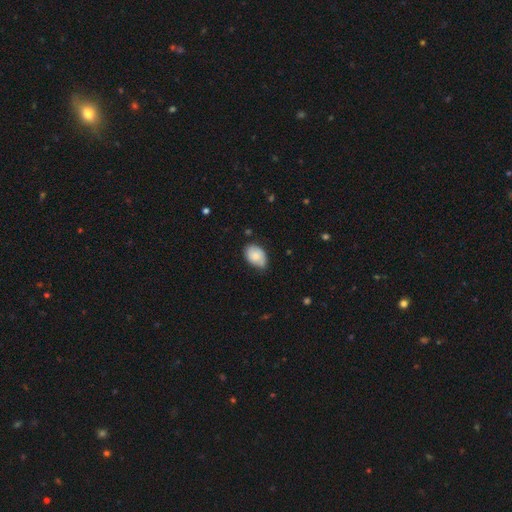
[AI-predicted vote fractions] Smooth or featured?
  - smooth: 76% *
  - featured or disk: 17%
  - star or artifact: 7%
How rounded?
  - in between: 84% *
  - round: 15%
  - cigar-shaped: 1%
Merging?
  - none: 60% *
  - minor disturbance: 32%
  - major disturbance: 5%
  - merger: 2%